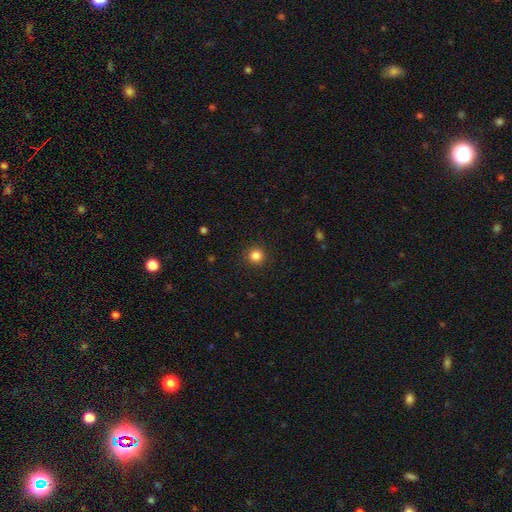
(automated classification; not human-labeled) A smooth galaxy with no disk features (85%) that is round (94%).

Vote fractions:
- Smooth or featured? smooth: 85% / star or artifact: 12% / featured or disk: 4%
- How rounded? round: 94% / in between: 5% / cigar-shaped: 1%
- Merging? none: 92% / minor disturbance: 5% / major disturbance: 2% / merger: 1%